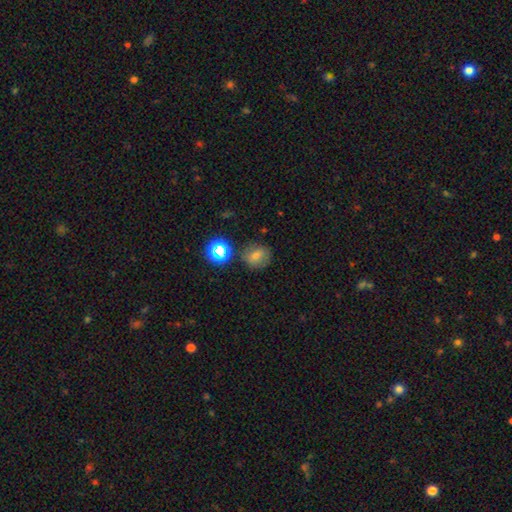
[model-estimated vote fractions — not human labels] This is likely a smooth galaxy (66%). How rounded: likely round (75%). Merging: likely none (76%).